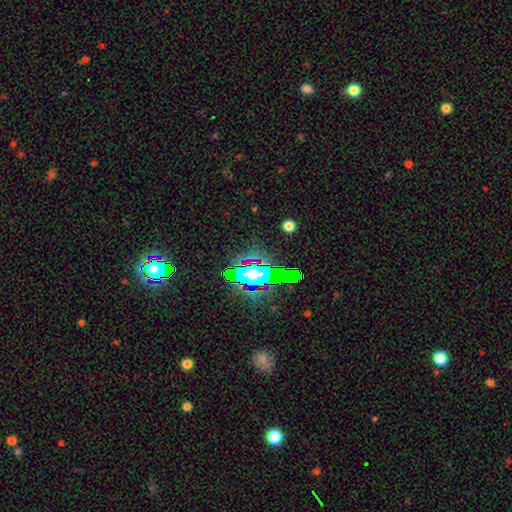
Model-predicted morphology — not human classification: Smooth or featured?
  - star or artifact: 77% *
  - smooth: 12%
  - featured or disk: 11%